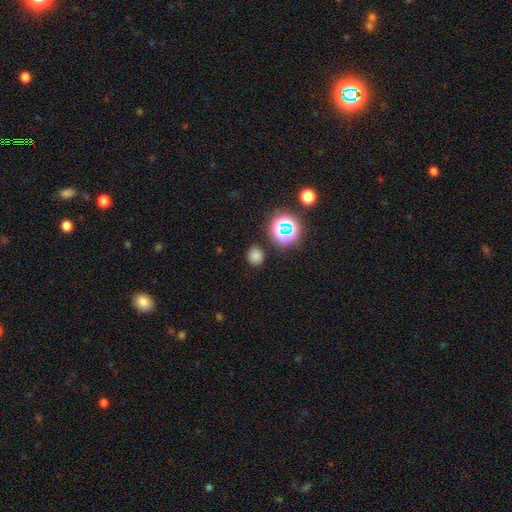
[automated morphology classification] Smooth or featured: smooth — 73% (star or artifact — 22%)
How rounded: round — 81% (in between — 18%)
Merging: none — 86% (minor disturbance — 9%)